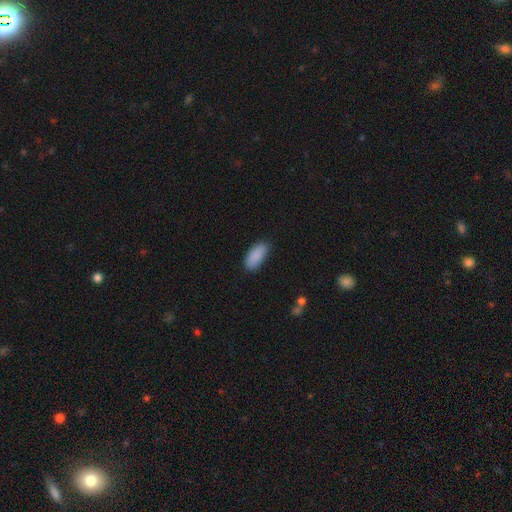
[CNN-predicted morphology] Smooth or featured?
  - smooth: 89% *
  - star or artifact: 7%
  - featured or disk: 4%
How rounded?
  - in between: 88% *
  - cigar-shaped: 10%
  - round: 2%
Merging?
  - none: 79% *
  - minor disturbance: 17%
  - major disturbance: 3%
  - merger: 1%